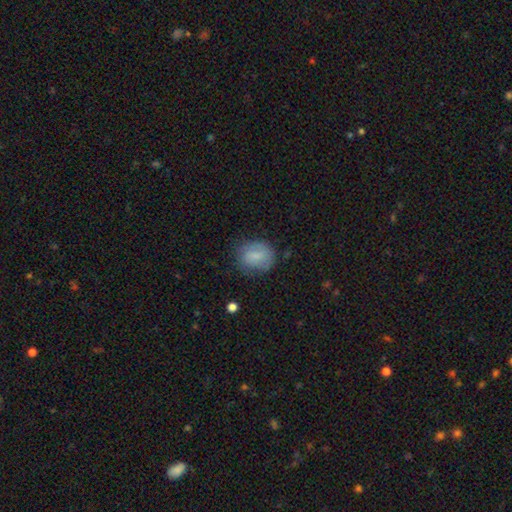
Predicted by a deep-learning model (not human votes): Smooth or featured? Predicted: smooth (p=0.77). How rounded? Predicted: round (p=0.58). Merging? Predicted: none (p=0.70).